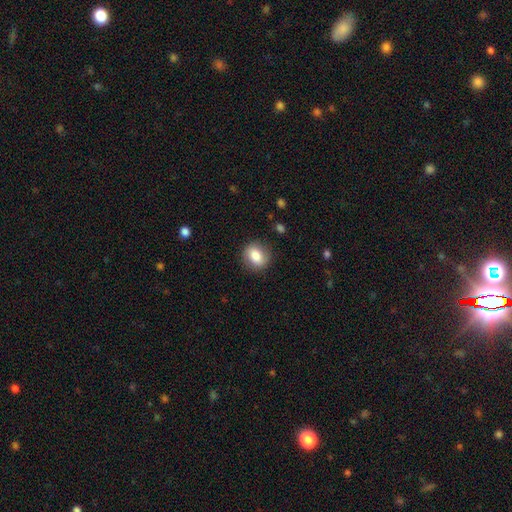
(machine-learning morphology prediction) The model was most divided on "how rounded": round: 60%, in between: 39%, cigar-shaped: 1%. More confident: merging — none (85%); smooth or featured — smooth (81%).